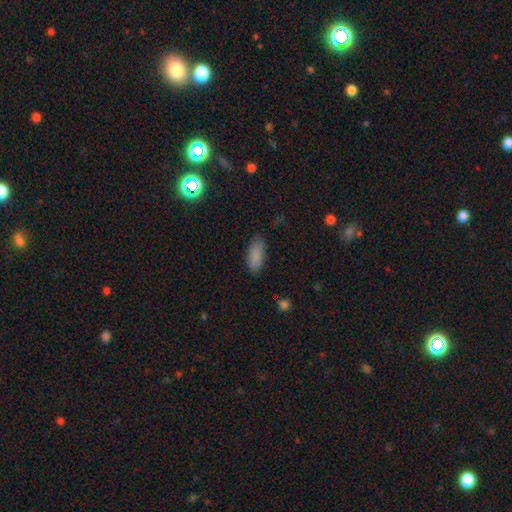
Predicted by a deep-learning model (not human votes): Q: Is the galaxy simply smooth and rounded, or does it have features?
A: smooth — 86%.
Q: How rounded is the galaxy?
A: in between — 81%.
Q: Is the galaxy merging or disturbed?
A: none — 80%.